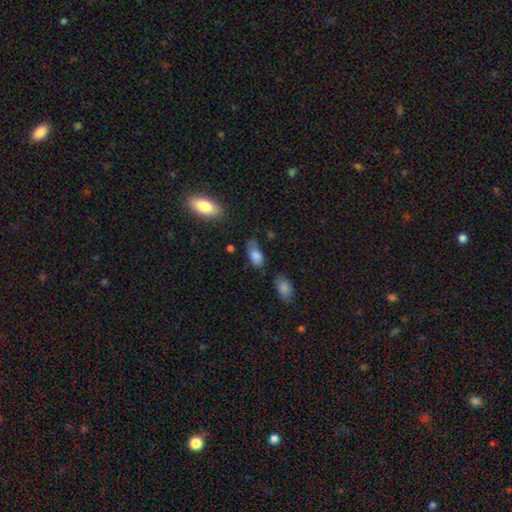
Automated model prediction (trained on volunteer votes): This appears to be a smooth galaxy with no disk features (81%) that is in between round and cigar-shaped (90%). Merging: none (51%).